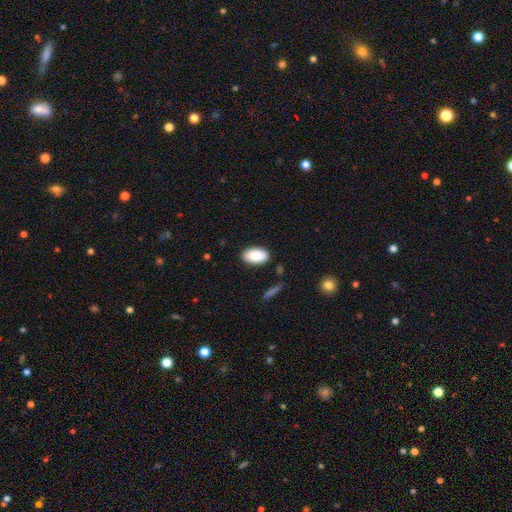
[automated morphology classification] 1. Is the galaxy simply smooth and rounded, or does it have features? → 86% smooth, 8% featured or disk, 7% star or artifact.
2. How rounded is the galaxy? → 94% in between, 4% round, 2% cigar-shaped.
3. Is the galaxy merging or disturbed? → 85% none, 10% minor disturbance, 2% major disturbance, 2% merger.